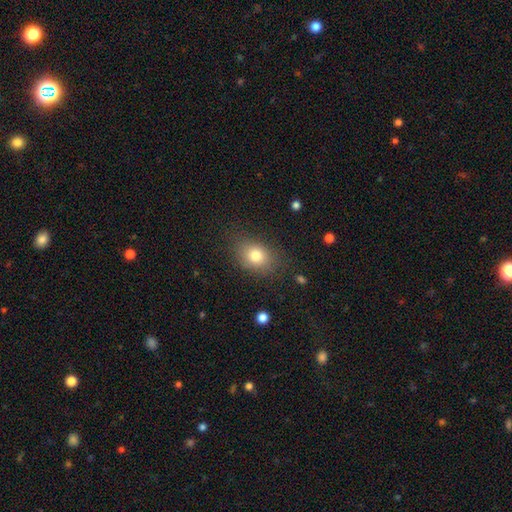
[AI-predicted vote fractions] This appears to be a smooth galaxy with no disk features (79%) that is in between round and cigar-shaped (64%). Merging: none (79%).